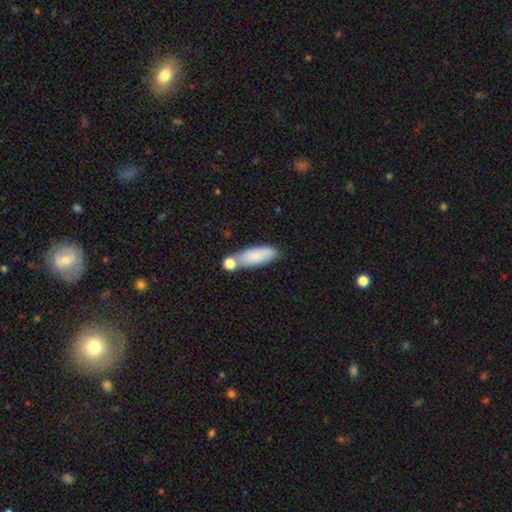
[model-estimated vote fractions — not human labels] Q: Smooth or featured?
A: smooth (81%); runner-up: featured or disk (12%)
Q: How rounded?
A: in between (61%); runner-up: cigar-shaped (36%)
Q: Merging?
A: none (56%); runner-up: merger (23%)